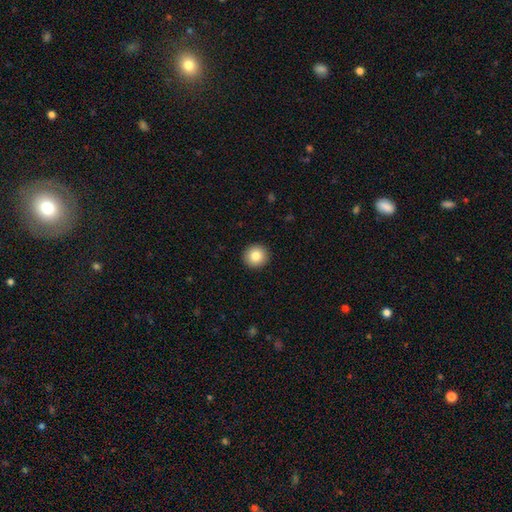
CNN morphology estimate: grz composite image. It shows a smooth galaxy with no disk features (83%) that is round (94%). Merging: none (93%).